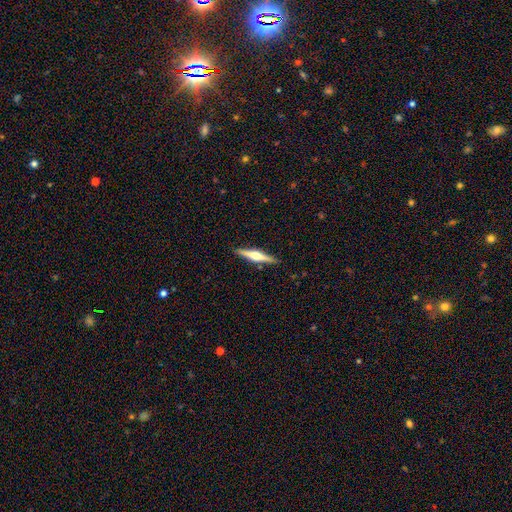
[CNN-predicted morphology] Overall: featured or disk (72%). Edge-on disk: yes (98%). Edge-on bulge: rounded (93%). Merging: none (91%).